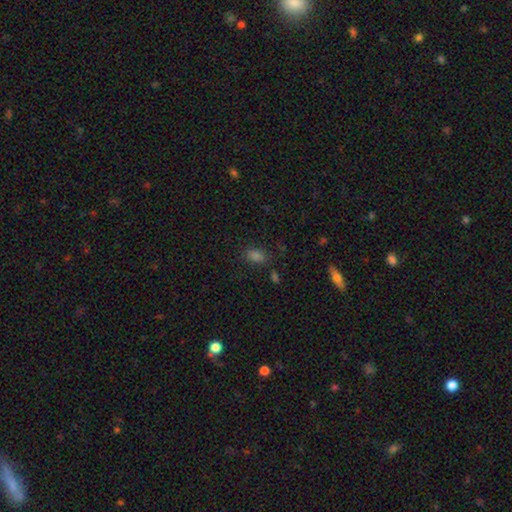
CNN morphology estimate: This is likely a smooth galaxy (75%). How rounded: clearly in between (84%). Merging: clearly none (80%).